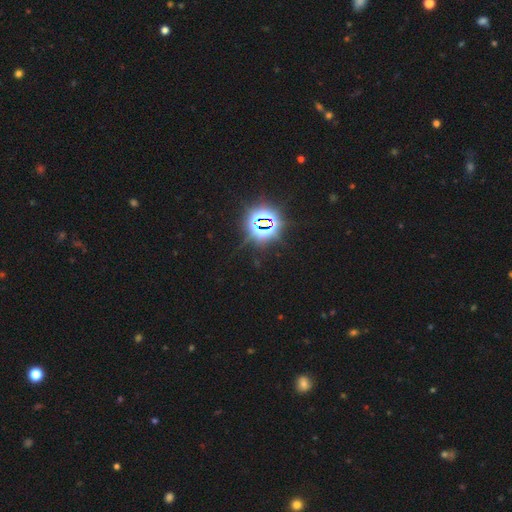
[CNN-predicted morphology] A star or artifact, not a galaxy (84%).

Vote fractions:
- Smooth or featured? star or artifact: 84% / smooth: 10% / featured or disk: 6%